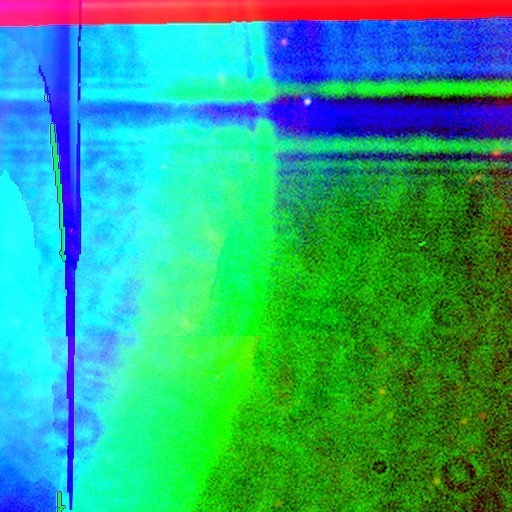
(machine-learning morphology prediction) This is likely a star or artifact rather than a galaxy (80%).